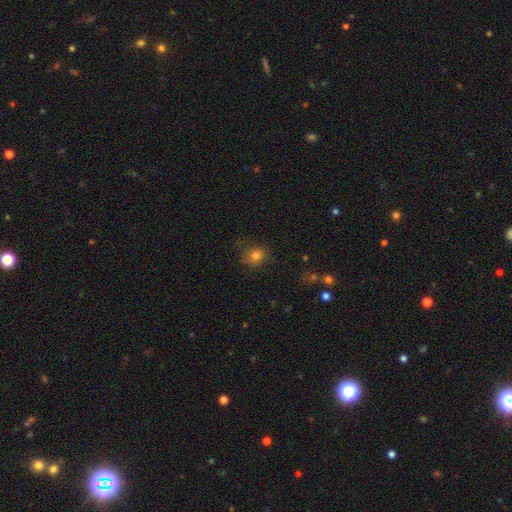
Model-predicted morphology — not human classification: Q: Smooth or featured?
A: smooth (79%); runner-up: star or artifact (13%)
Q: How rounded?
A: round (74%); runner-up: in between (25%)
Q: Merging?
A: none (70%); runner-up: minor disturbance (19%)